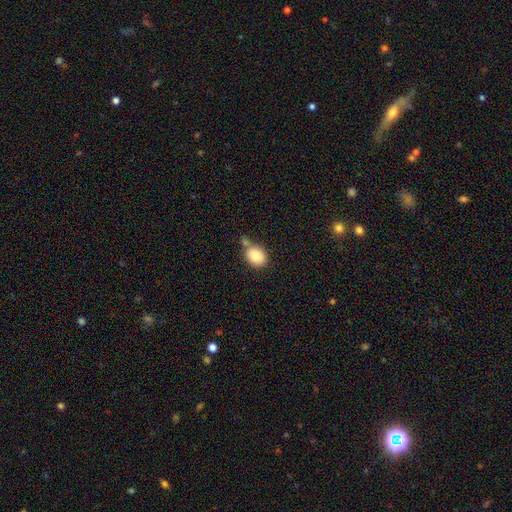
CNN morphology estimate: A smooth galaxy with no disk features (85%) that is in between round and cigar-shaped (55%). Merging: none (56%).